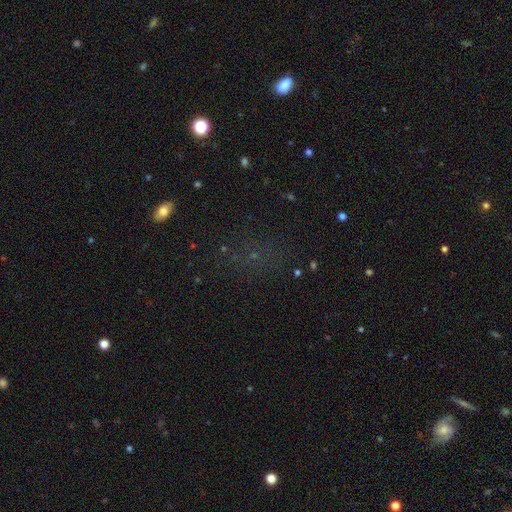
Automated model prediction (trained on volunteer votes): Morphology: type=star or artifact (48%).